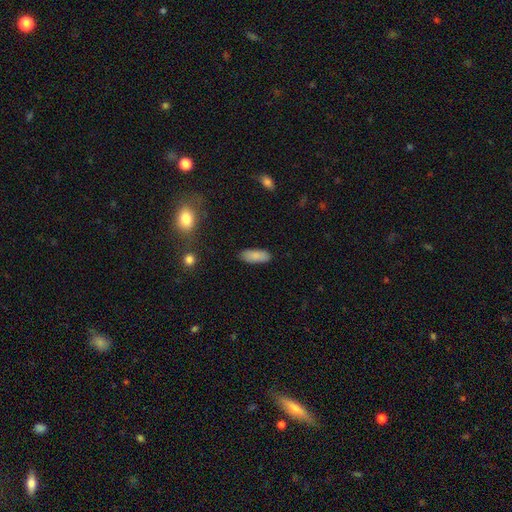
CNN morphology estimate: This is clearly a smooth galaxy (86%). How rounded: likely in between (78%). Merging: clearly none (86%).